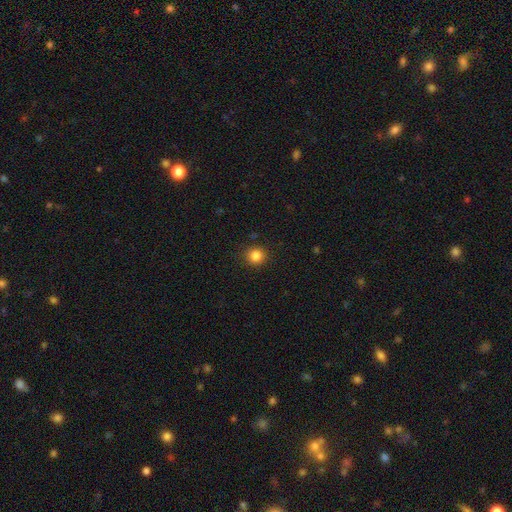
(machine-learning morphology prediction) Q: Smooth or featured?
A: smooth (85%); runner-up: star or artifact (12%)
Q: How rounded?
A: round (92%); runner-up: in between (7%)
Q: Merging?
A: none (90%); runner-up: minor disturbance (7%)